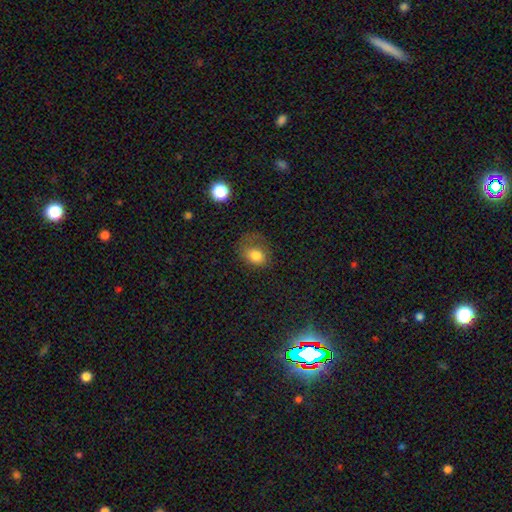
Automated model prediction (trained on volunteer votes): A smooth galaxy with no disk features (77%) that is in between round and cigar-shaped (58%). Merging: none (42%).